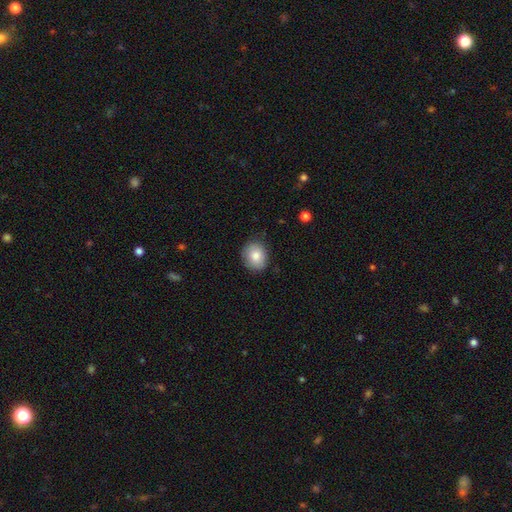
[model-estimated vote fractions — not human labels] Morphology: type=smooth (83%); roundness=round (61%); merging=none (83%).